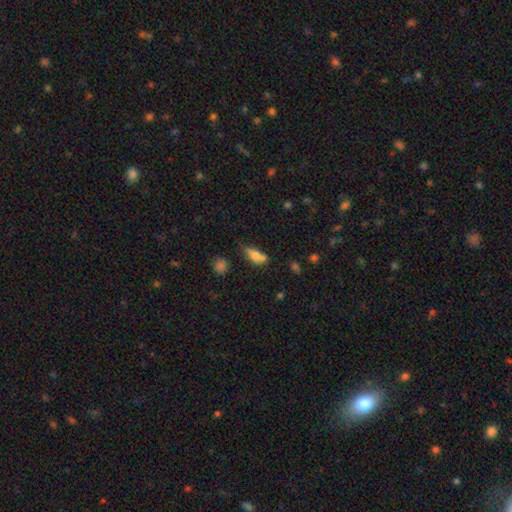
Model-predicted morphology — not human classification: Smooth or featured: smooth — 72% (featured or disk — 17%)
How rounded: in between — 77% (cigar-shaped — 14%)
Merging: none — 37% (merger — 32%)